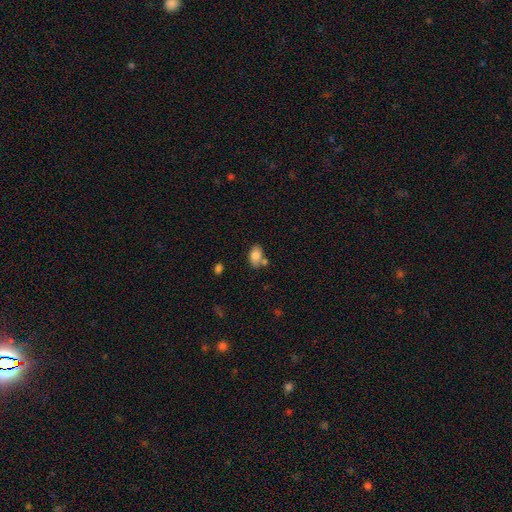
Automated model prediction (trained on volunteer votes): This is clearly a smooth galaxy (81%). How rounded: clearly in between (88%). Merging: possibly none (58%).